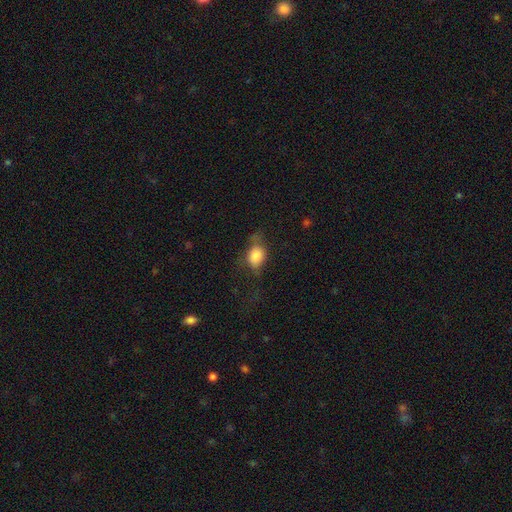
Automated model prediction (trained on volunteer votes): The model was most divided on "merging": none: 42%, minor disturbance: 29%, major disturbance: 27%, merger: 3%. More confident: smooth or featured — smooth (79%); how rounded — in between (67%).